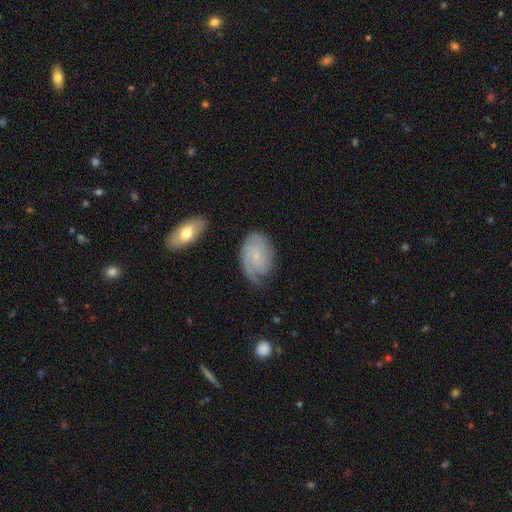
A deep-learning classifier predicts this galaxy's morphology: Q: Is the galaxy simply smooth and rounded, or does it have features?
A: featured or disk — 76%.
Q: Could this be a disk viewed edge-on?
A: no — 97%.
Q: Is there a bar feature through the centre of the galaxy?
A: no — 65%.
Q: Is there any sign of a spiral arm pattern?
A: yes — 95%.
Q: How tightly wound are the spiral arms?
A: tight — 61%.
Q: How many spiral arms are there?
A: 2 — 39%.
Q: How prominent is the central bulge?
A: small — 76%.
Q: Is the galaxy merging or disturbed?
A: none — 65%.